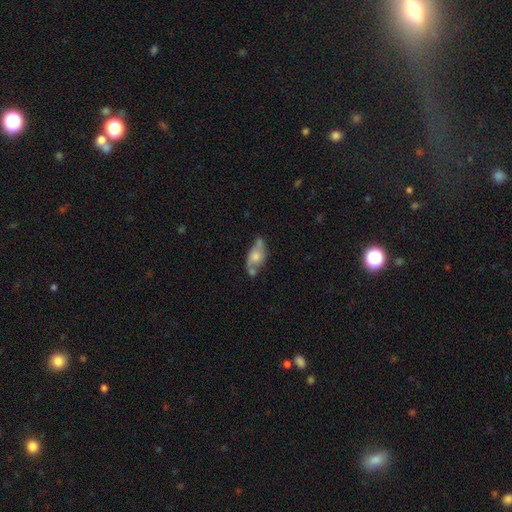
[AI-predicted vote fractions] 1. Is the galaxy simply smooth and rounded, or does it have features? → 49% featured or disk, 44% smooth, 7% star or artifact.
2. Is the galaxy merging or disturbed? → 39% none, 26% merger, 23% minor disturbance, 12% major disturbance.